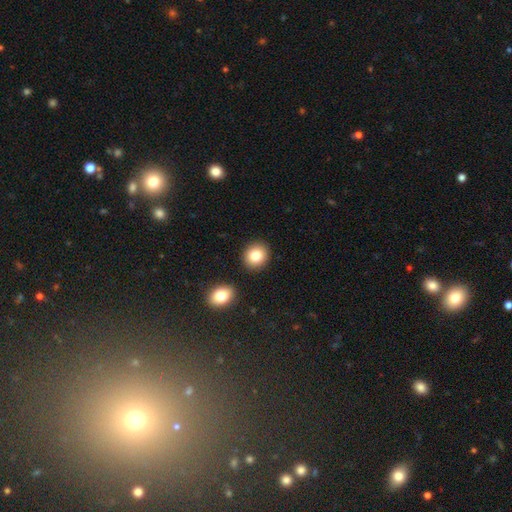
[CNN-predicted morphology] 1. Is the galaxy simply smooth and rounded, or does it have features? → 82% smooth, 10% star or artifact, 9% featured or disk.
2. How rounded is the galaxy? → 74% round, 25% in between, 1% cigar-shaped.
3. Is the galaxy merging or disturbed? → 86% none, 7% minor disturbance, 5% merger, 2% major disturbance.